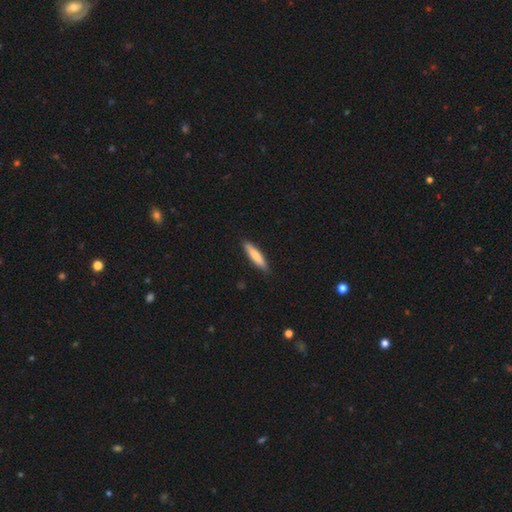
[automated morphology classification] Smooth or featured: smooth — 76% (featured or disk — 19%)
How rounded: cigar-shaped — 84% (in between — 14%)
Merging: none — 90% (minor disturbance — 8%)